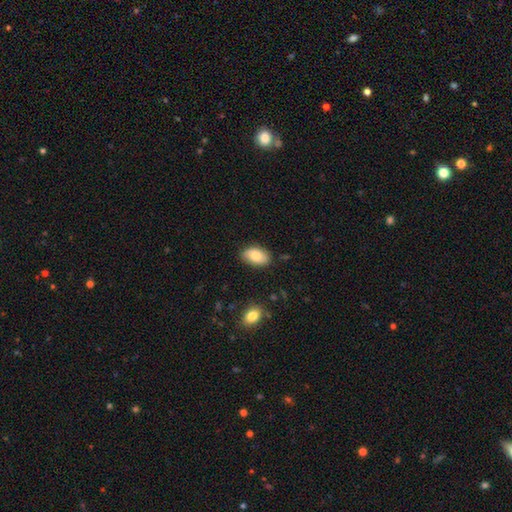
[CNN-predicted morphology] Smooth or featured? Predicted: smooth (p=0.80). How rounded? Predicted: in between (p=0.93). Merging? Predicted: none (p=0.81).